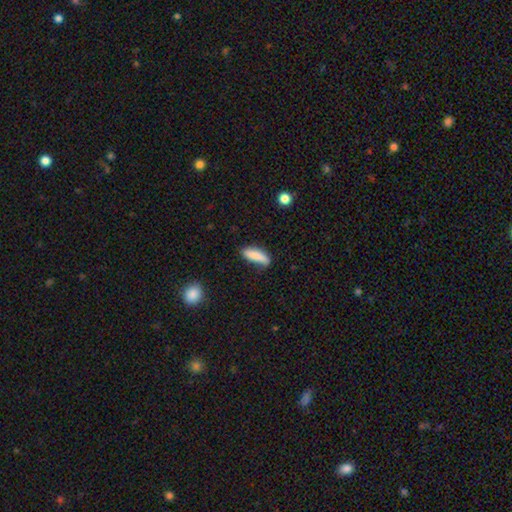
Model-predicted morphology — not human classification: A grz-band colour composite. It shows a smooth galaxy with no disk features (81%) that is cigar-shaped (50%). Merging: none (61%).